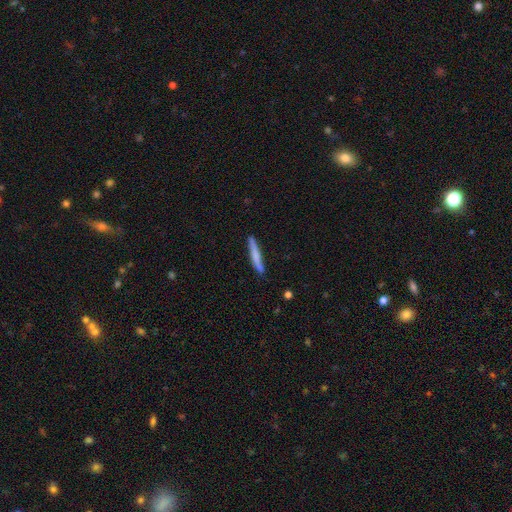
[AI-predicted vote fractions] The model was most divided on "smooth or featured": smooth: 64%, featured or disk: 31%, star or artifact: 5%. More confident: how rounded — cigar-shaped (95%); merging — none (84%).